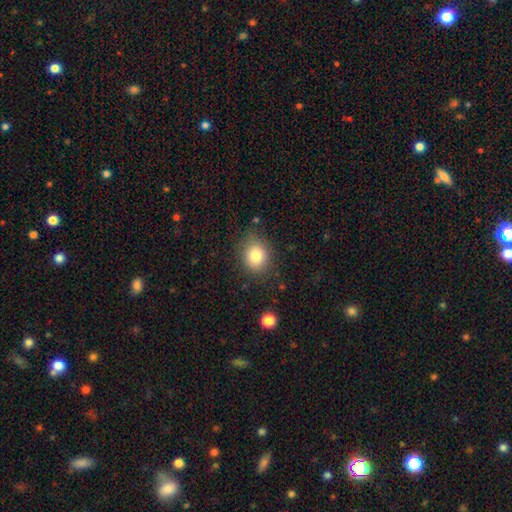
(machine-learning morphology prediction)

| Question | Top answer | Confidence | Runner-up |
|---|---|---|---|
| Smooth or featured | smooth | 82% | star or artifact (10%) |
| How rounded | round | 67% | in between (32%) |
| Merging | none | 80% | minor disturbance (14%) |